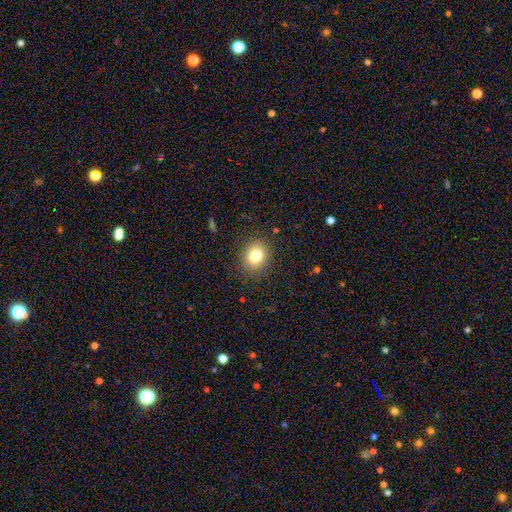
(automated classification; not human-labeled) A smooth galaxy with no disk features (80%) that is round (66%).

Vote fractions:
- Smooth or featured? smooth: 80% / star or artifact: 12% / featured or disk: 8%
- How rounded? round: 66% / in between: 33% / cigar-shaped: 1%
- Merging? none: 87% / minor disturbance: 9% / major disturbance: 3% / merger: 1%